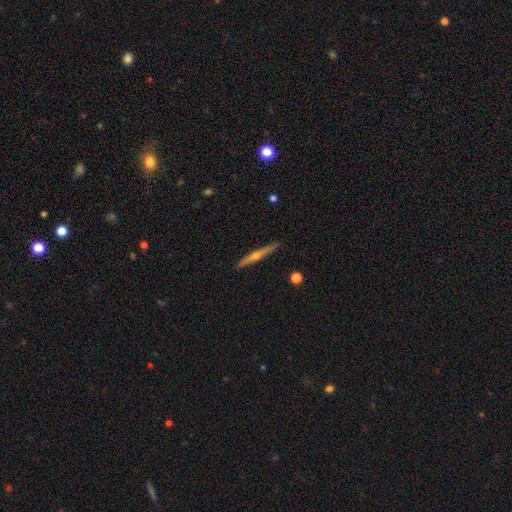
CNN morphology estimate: smooth-or-featured: featured or disk: 72% | smooth: 22% | star or artifact: 6%
  disk-edge-on: yes: 97% | no: 3%
    edge-on-bulge: rounded: 84% | none: 13% | boxy: 3%
  merging: none: 91% | minor disturbance: 7% | major disturbance: 1% | merger: 1%